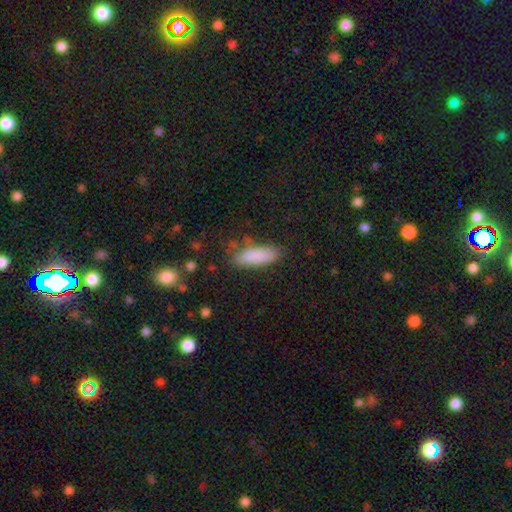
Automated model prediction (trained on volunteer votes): Smooth or featured?
  - smooth: 87% *
  - star or artifact: 7%
  - featured or disk: 7%
How rounded?
  - in between: 62% *
  - cigar-shaped: 37%
  - round: 2%
Merging?
  - none: 75% *
  - minor disturbance: 17%
  - major disturbance: 5%
  - merger: 3%